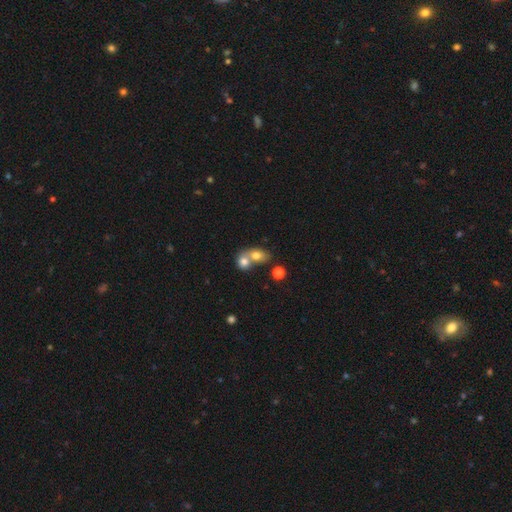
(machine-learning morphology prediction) The model was most divided on "how rounded": in between: 51%, round: 47%, cigar-shaped: 2%. More confident: smooth or featured — smooth (73%); merging — merger (70%).